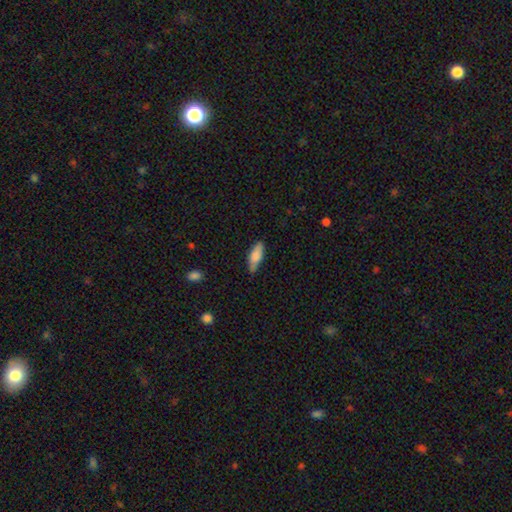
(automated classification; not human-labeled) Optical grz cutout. It shows a smooth galaxy with no disk features (81%) that is in between round and cigar-shaped (68%). Merging: none (66%).